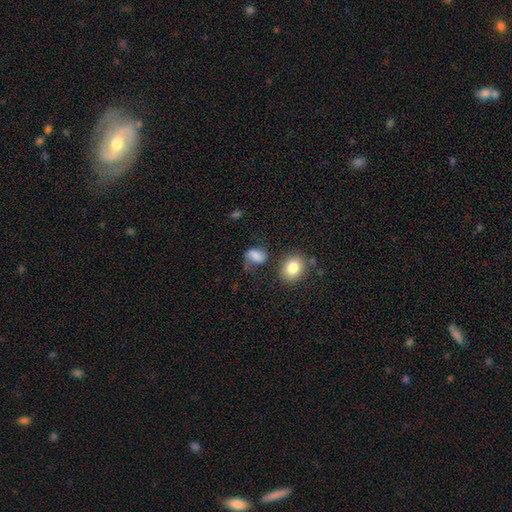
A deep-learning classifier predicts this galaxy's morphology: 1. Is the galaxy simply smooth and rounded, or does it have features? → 58% smooth, 30% featured or disk, 12% star or artifact.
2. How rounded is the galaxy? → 62% in between, 36% round, 2% cigar-shaped.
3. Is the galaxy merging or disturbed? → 51% none, 25% minor disturbance, 16% major disturbance, 8% merger.